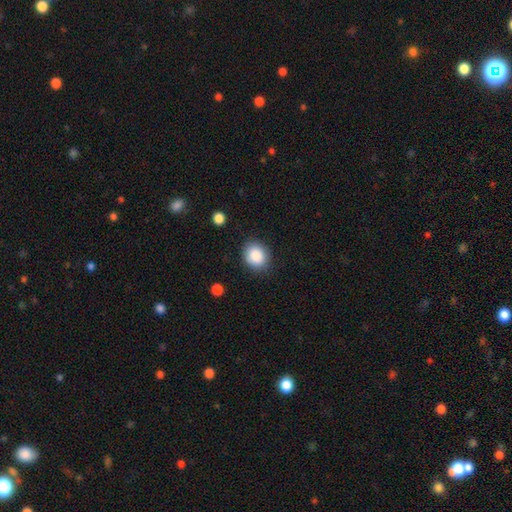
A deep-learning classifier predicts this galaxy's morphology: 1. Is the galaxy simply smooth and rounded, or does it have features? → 88% smooth, 8% star or artifact, 4% featured or disk.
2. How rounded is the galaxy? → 67% round, 32% in between, 1% cigar-shaped.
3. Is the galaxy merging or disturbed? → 86% none, 10% minor disturbance, 3% major disturbance, 1% merger.